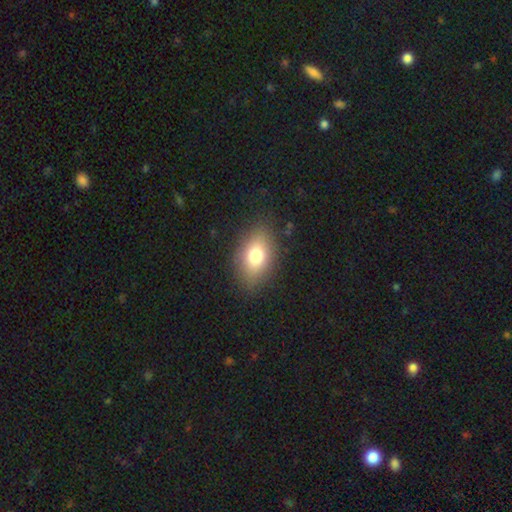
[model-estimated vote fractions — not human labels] This is likely a smooth galaxy (76%). How rounded: clearly in between (85%). Merging: clearly none (83%).